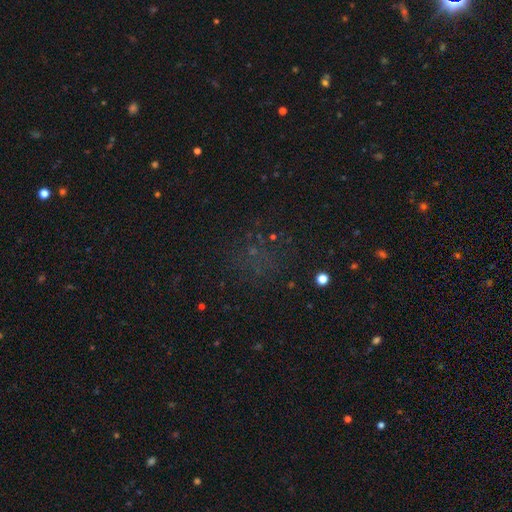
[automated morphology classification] The model was most divided on "smooth or featured": star or artifact: 51%, smooth: 35%, featured or disk: 14%.